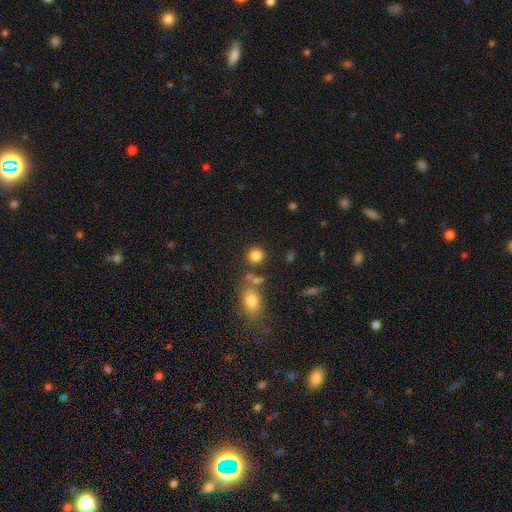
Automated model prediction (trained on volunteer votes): Smooth or featured?
  - smooth: 82% *
  - star or artifact: 12%
  - featured or disk: 6%
How rounded?
  - round: 86% *
  - in between: 13%
  - cigar-shaped: 1%
Merging?
  - none: 77% *
  - merger: 10%
  - minor disturbance: 9%
  - major disturbance: 4%